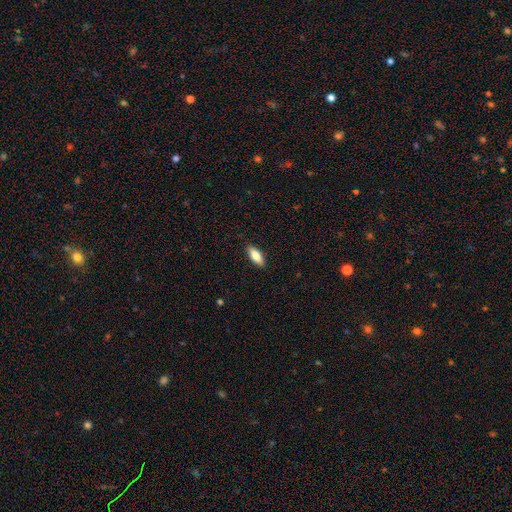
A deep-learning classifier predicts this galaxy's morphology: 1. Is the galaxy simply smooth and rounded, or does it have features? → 78% smooth, 16% featured or disk, 6% star or artifact.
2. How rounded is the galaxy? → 72% in between, 26% cigar-shaped, 2% round.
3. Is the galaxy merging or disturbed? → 89% none, 8% minor disturbance, 2% major disturbance, 1% merger.